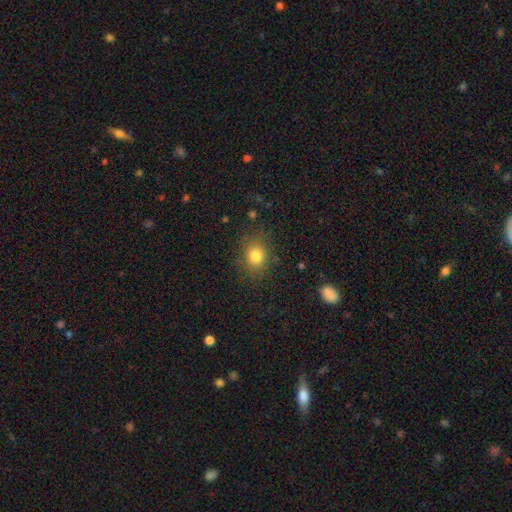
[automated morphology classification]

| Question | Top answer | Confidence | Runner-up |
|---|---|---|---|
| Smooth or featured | smooth | 80% | star or artifact (13%) |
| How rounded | round | 65% | in between (34%) |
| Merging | none | 84% | minor disturbance (11%) |